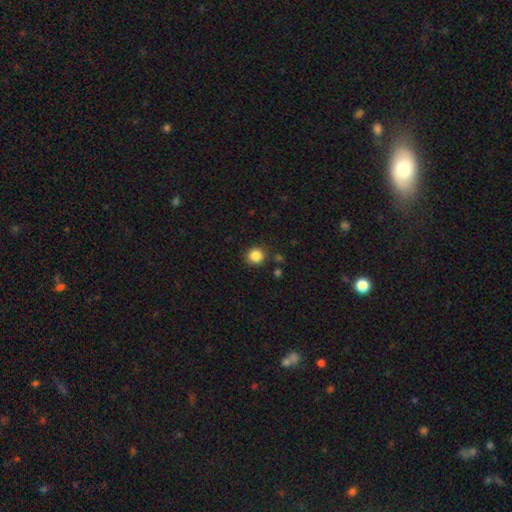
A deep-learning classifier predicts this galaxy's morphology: This is clearly a smooth galaxy (86%). How rounded: clearly round (91%). Merging: clearly none (88%).